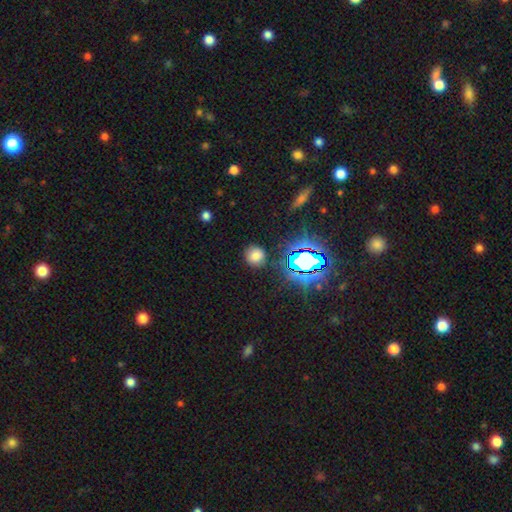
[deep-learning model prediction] Overall: smooth (71%). How rounded: round (85%). Merging: none (85%).